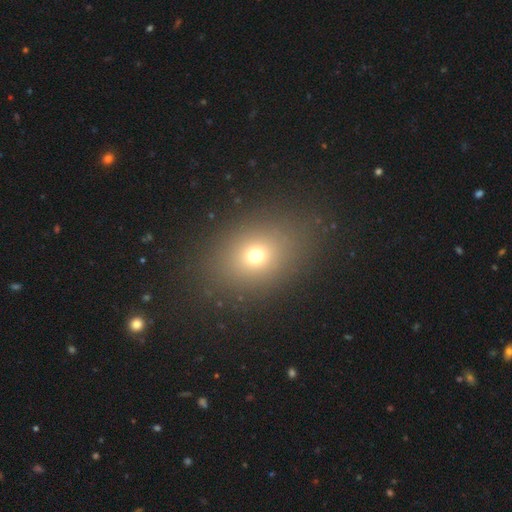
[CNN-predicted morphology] This appears to be a smooth galaxy with no disk features (69%) that is in between round and cigar-shaped (55%). Merging: none (84%).